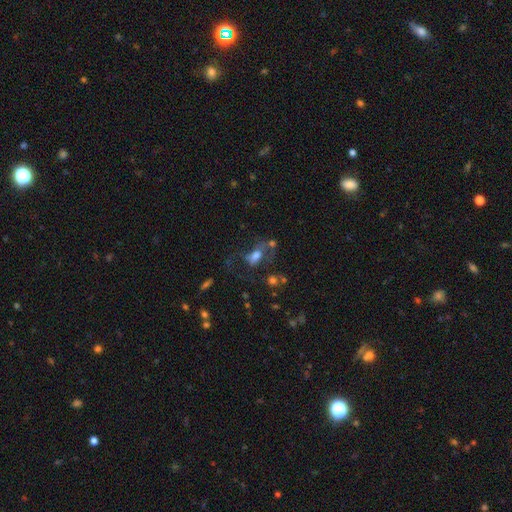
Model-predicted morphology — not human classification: smooth-or-featured: smooth: 46% | featured or disk: 39% | star or artifact: 15%
  merging: major disturbance: 40% | none: 30% | minor disturbance: 17% | merger: 13%